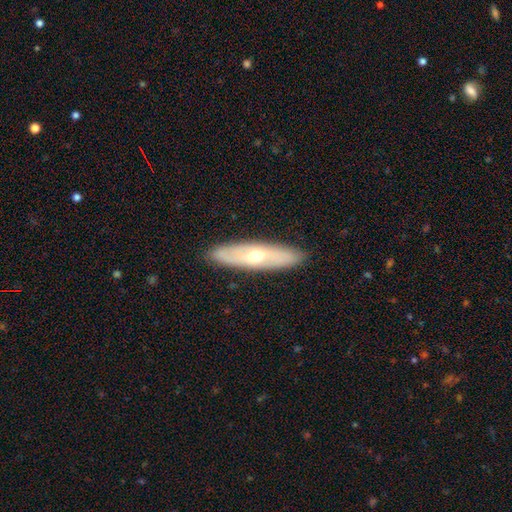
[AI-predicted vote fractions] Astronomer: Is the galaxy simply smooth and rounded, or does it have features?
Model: featured or disk — 52% (runner-up: smooth, 42%).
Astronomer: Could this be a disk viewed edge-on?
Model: no — 51% (runner-up: yes, 49%).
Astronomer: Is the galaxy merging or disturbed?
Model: none — 89%.